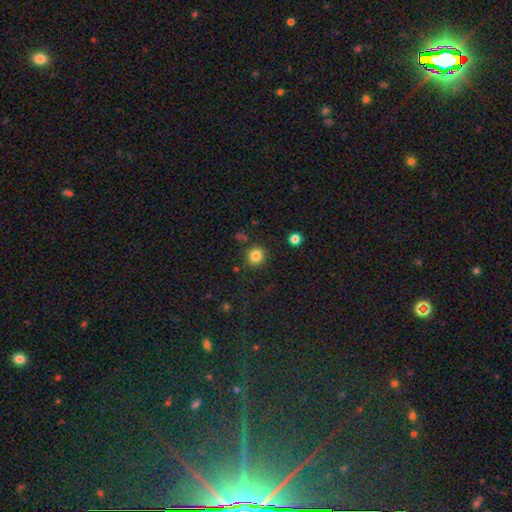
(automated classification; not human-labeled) smooth_or_featured: smooth (p=0.83) [alt: star or artifact p=0.12]
how_rounded: round (p=0.93) [alt: in between p=0.06]
merging: none (p=0.87) [alt: minor disturbance p=0.07]